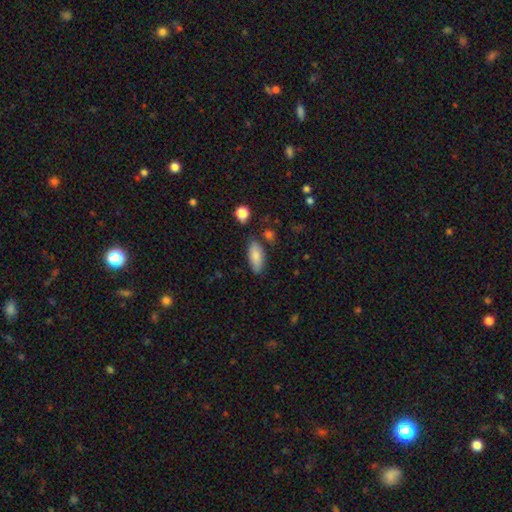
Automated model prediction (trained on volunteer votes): A smooth galaxy with no disk features (84%) that is in between round and cigar-shaped (84%). Merging: none (77%).